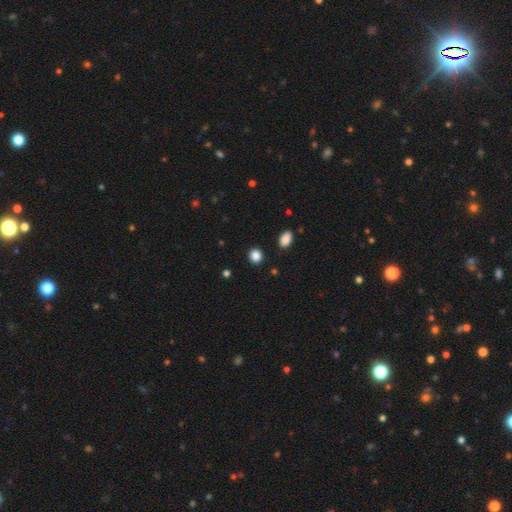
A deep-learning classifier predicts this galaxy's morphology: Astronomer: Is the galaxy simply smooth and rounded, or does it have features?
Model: smooth — 87%.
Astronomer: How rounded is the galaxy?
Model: round — 70%.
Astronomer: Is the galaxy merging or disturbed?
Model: none — 89%.